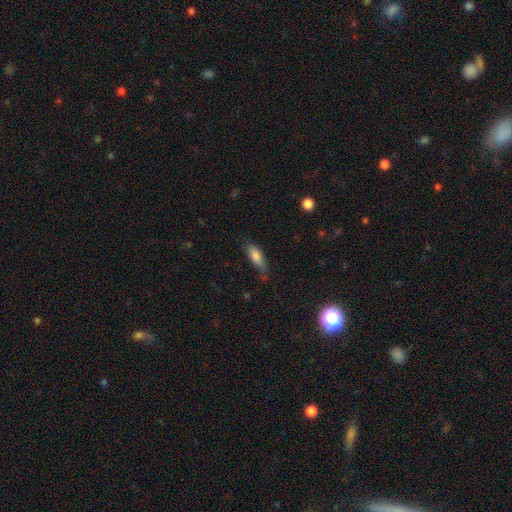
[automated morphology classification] Smooth or featured: smooth — 81% (featured or disk — 12%)
How rounded: in between — 71% (cigar-shaped — 27%)
Merging: none — 50% (minor disturbance — 36%)